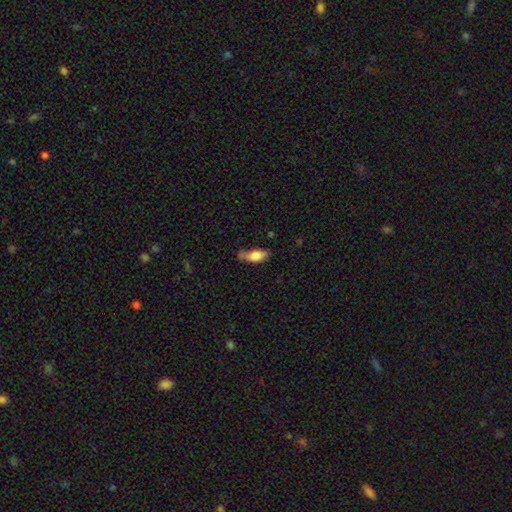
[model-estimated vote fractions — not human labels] smooth 77%, featured or disk 16%, star or artifact 7%. Down the decision tree: how rounded — in between (77%); merging — none (50%).